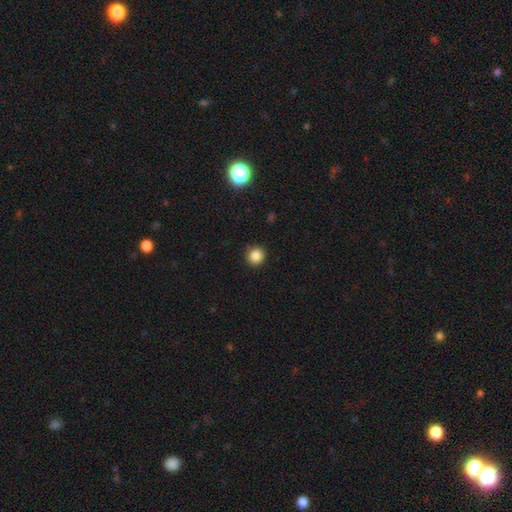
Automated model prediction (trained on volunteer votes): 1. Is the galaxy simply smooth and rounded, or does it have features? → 85% smooth, 11% star or artifact, 4% featured or disk.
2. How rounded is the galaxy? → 93% round, 6% in between, 1% cigar-shaped.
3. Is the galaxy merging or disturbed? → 91% none, 6% minor disturbance, 2% major disturbance, 1% merger.